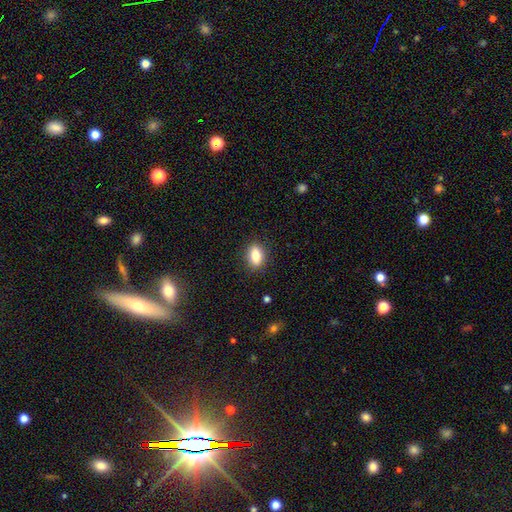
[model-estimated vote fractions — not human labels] smooth-or-featured: smooth: 84% | featured or disk: 8% | star or artifact: 8%
  how-rounded: in between: 83% | round: 10% | cigar-shaped: 7%
  merging: none: 87% | minor disturbance: 9% | major disturbance: 2% | merger: 1%